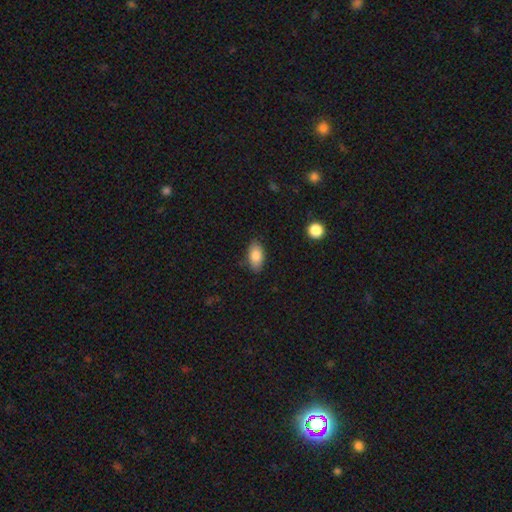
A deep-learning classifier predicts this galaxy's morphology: Smooth or featured?
  - smooth: 84% *
  - featured or disk: 9%
  - star or artifact: 7%
How rounded?
  - in between: 92% *
  - round: 4%
  - cigar-shaped: 4%
Merging?
  - none: 85% *
  - minor disturbance: 12%
  - major disturbance: 2%
  - merger: 1%